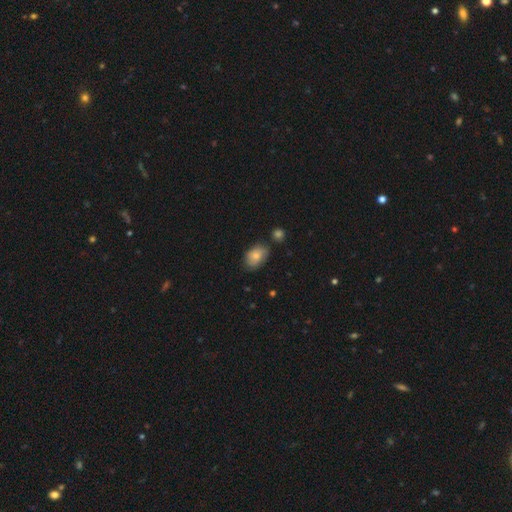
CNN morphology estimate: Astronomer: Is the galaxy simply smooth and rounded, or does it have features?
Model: smooth — 79%.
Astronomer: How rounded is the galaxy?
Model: in between — 85%.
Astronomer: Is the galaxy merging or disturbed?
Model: none — 69%.